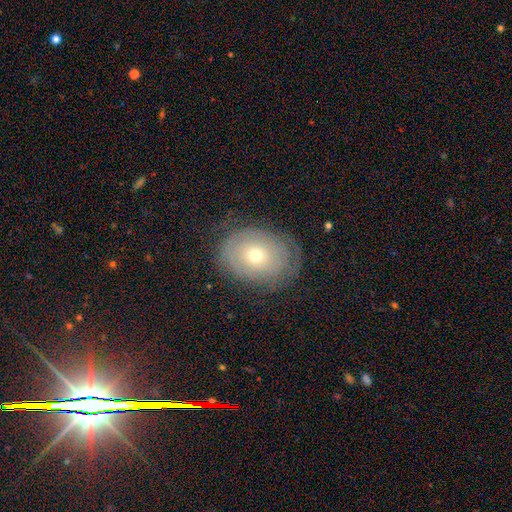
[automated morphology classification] This is possibly a smooth galaxy (47%). Merging: likely none (73%).